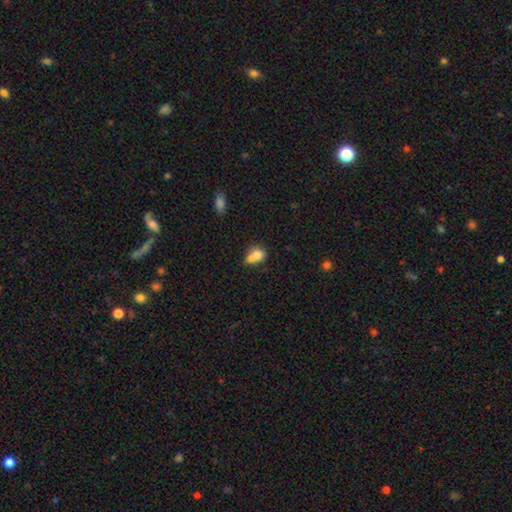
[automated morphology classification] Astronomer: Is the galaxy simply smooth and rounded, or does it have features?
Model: smooth — 72%.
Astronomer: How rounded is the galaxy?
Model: round — 57% (runner-up: in between, 41%).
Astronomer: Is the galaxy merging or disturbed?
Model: merger — 59%.